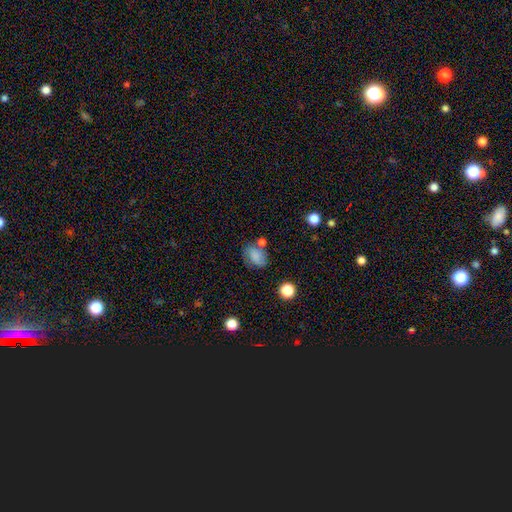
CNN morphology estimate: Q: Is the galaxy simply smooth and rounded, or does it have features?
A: smooth — 78%.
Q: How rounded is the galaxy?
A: in between — 76%.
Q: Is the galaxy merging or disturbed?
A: none — 58%.